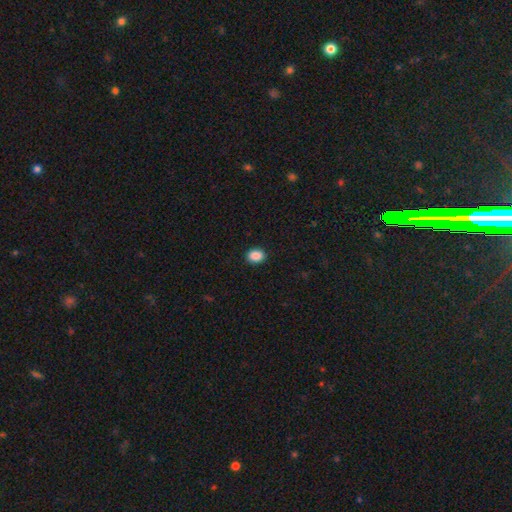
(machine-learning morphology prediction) A smooth galaxy with no disk features (89%) that is in between round and cigar-shaped (57%).

Vote fractions:
- Smooth or featured? smooth: 89% / star or artifact: 8% / featured or disk: 3%
- How rounded? in between: 57% / round: 42% / cigar-shaped: 1%
- Merging? none: 91% / minor disturbance: 6% / major disturbance: 2% / merger: 1%